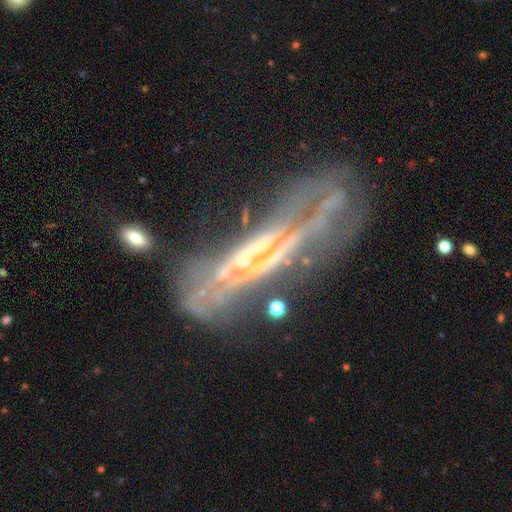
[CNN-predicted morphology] smooth-or-featured: featured or disk: 74% | smooth: 13% | star or artifact: 12%
  disk-edge-on: no: 52% | yes: 48%
  merging: none: 39% | major disturbance: 30% | minor disturbance: 20% | merger: 11%